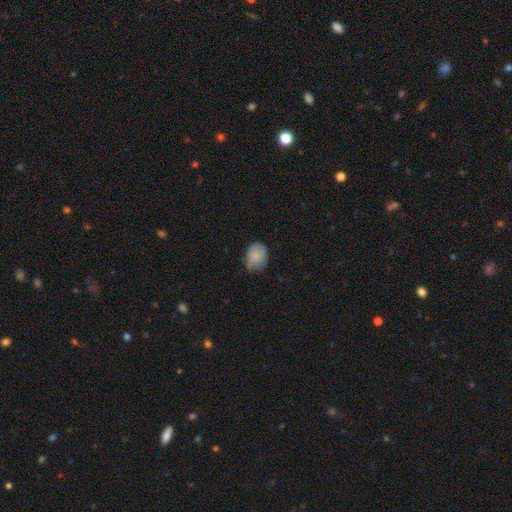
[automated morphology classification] This is likely a smooth galaxy (78%). How rounded: possibly in between (55%). Merging: possibly none (58%).